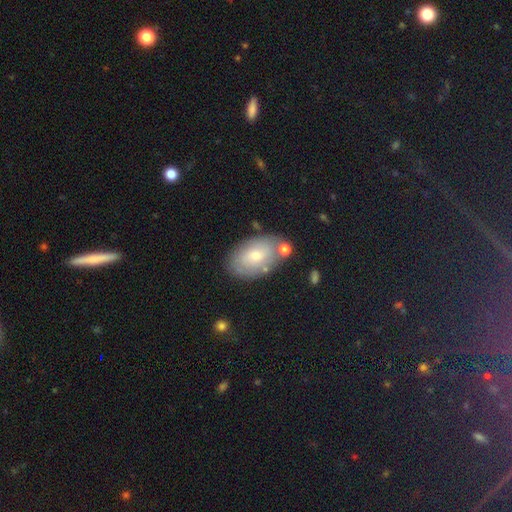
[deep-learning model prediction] A smooth galaxy with no disk features (53%) that is in between round and cigar-shaped (90%).

Vote fractions:
- Smooth or featured? smooth: 53% / featured or disk: 40% / star or artifact: 7%
- How rounded? in between: 90% / round: 9% / cigar-shaped: 2%
- Merging? none: 70% / minor disturbance: 17% / merger: 8% / major disturbance: 5%